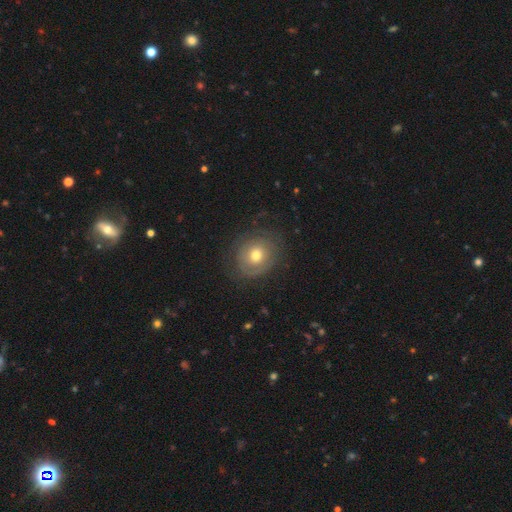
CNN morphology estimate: Smooth or featured? Predicted: smooth (p=0.54). How rounded? Predicted: round (p=0.72). Merging? Predicted: none (p=0.74).